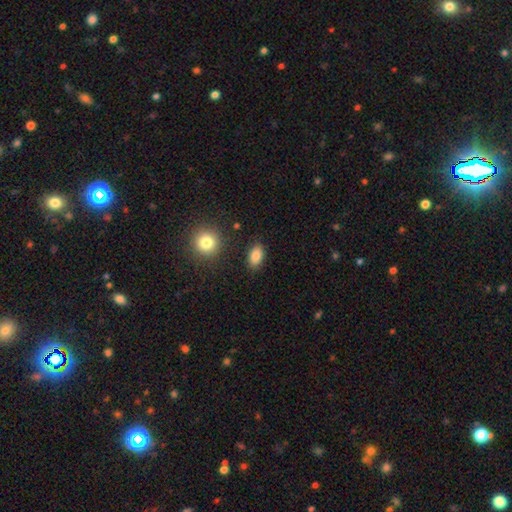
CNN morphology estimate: Q: Smooth or featured?
A: smooth (86%); runner-up: star or artifact (8%)
Q: How rounded?
A: in between (89%); runner-up: round (9%)
Q: Merging?
A: none (86%); runner-up: minor disturbance (9%)